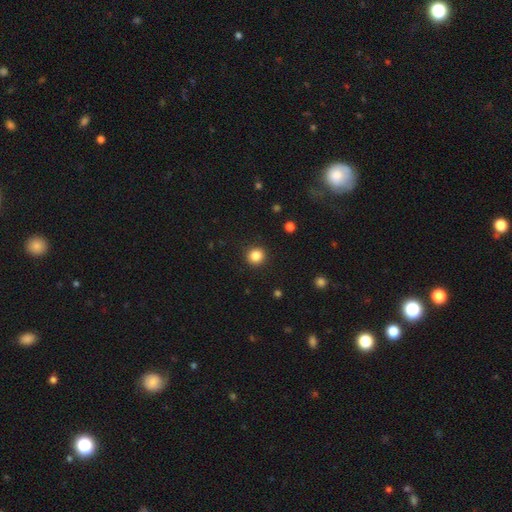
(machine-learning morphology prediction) smooth_or_featured: smooth (p=0.85) [alt: star or artifact p=0.11]
how_rounded: round (p=0.93) [alt: in between p=0.06]
merging: none (p=0.92) [alt: minor disturbance p=0.05]